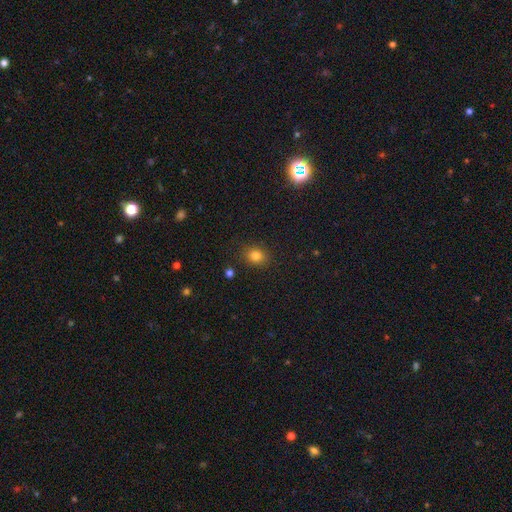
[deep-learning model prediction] A smooth galaxy with no disk features (81%) that is round (59%). Merging: none (86%).